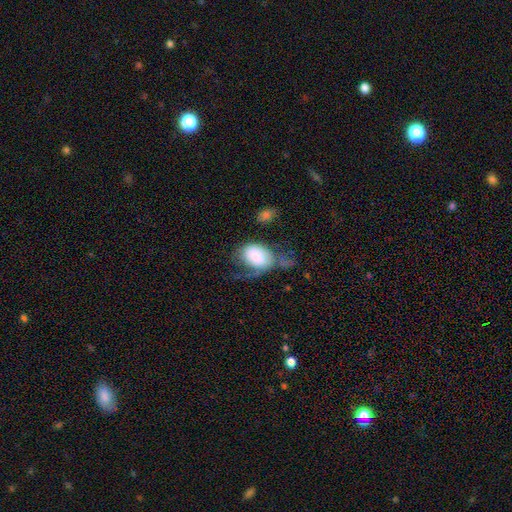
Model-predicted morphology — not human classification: smooth-or-featured: smooth: 68% | featured or disk: 24% | star or artifact: 8%
  how-rounded: in between: 80% | round: 19% | cigar-shaped: 1%
  merging: major disturbance: 45% | minor disturbance: 24% | none: 20% | merger: 11%